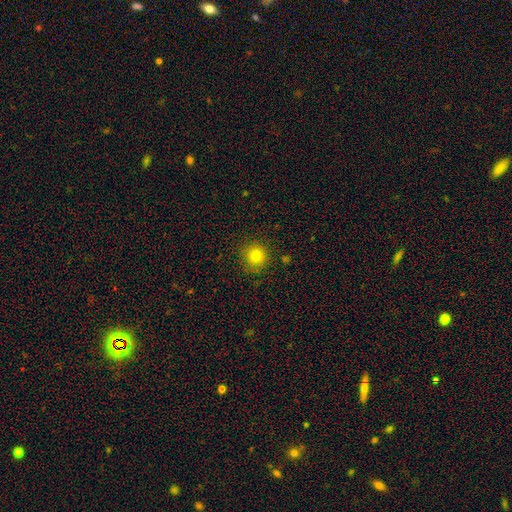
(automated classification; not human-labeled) Morphology: type=smooth (80%); roundness=round (94%); merging=none (88%).